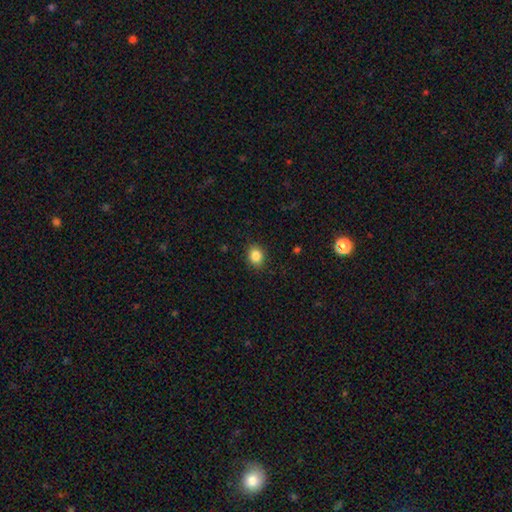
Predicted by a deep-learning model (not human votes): The model was most divided on "how rounded": round: 60%, in between: 39%, cigar-shaped: 1%. More confident: merging — none (89%); smooth or featured — smooth (86%).